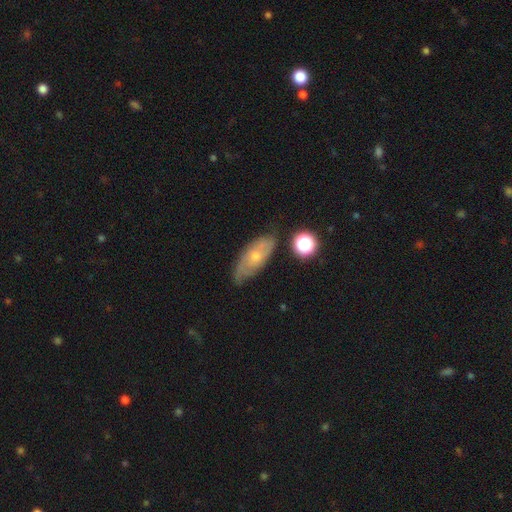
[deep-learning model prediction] featured or disk 52%, smooth 40%, star or artifact 9%. Down the decision tree: edge-on disk — no (84%); merging — none (64%).